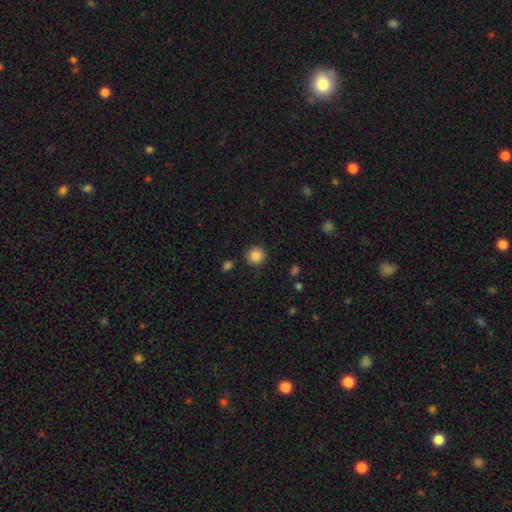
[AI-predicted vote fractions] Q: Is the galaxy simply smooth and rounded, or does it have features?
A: smooth — 86%.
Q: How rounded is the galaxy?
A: round — 93%.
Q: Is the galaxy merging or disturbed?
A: none — 89%.